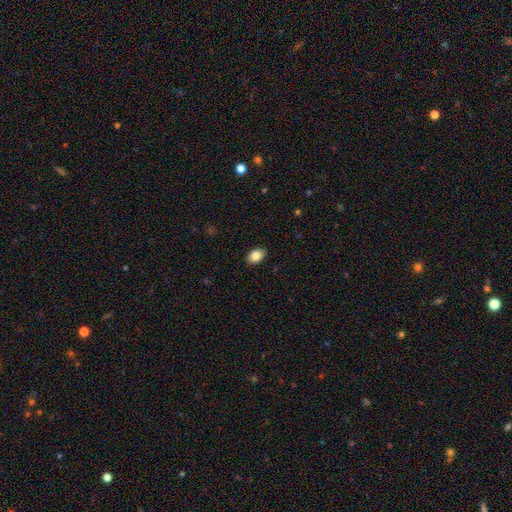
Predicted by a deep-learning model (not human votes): smooth 85%, featured or disk 8%, star or artifact 8%. Down the decision tree: how rounded — in between (84%); merging — none (89%).